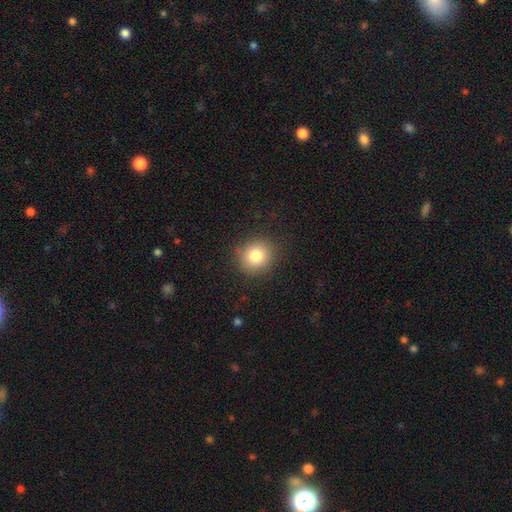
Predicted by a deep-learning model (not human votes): This is clearly a smooth galaxy (81%). How rounded: clearly round (86%). Merging: clearly none (88%).